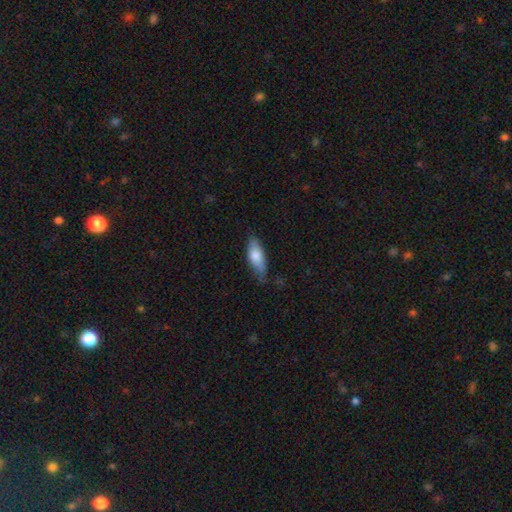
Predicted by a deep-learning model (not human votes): smooth-or-featured: smooth: 77% | featured or disk: 18% | star or artifact: 6%
  how-rounded: in between: 73% | cigar-shaped: 25% | round: 2%
  merging: none: 65% | minor disturbance: 28% | major disturbance: 5% | merger: 2%